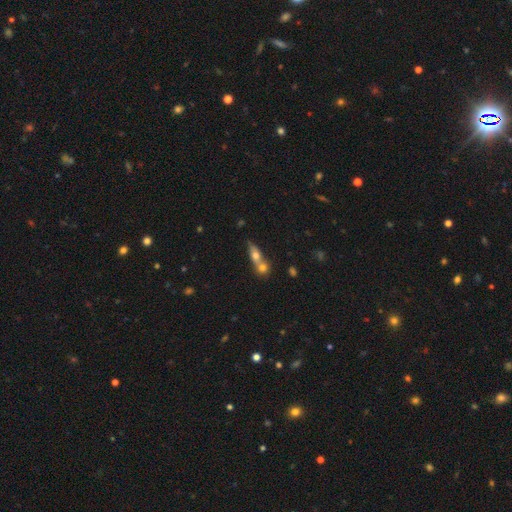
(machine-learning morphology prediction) The model was most divided on "how rounded": in between: 50%, round: 27%, cigar-shaped: 22%. More confident: smooth or featured — smooth (65%); merging — merger (64%).